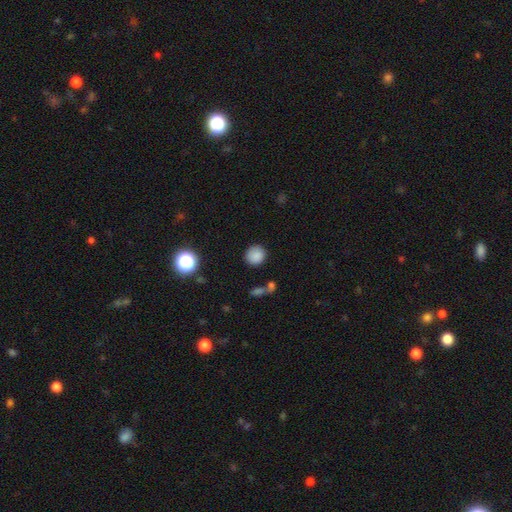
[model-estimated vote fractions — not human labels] A smooth galaxy with no disk features (84%) that is round (87%).

Vote fractions:
- Smooth or featured? smooth: 84% / star or artifact: 11% / featured or disk: 5%
- How rounded? round: 87% / in between: 11% / cigar-shaped: 1%
- Merging? none: 81% / minor disturbance: 11% / merger: 4% / major disturbance: 4%